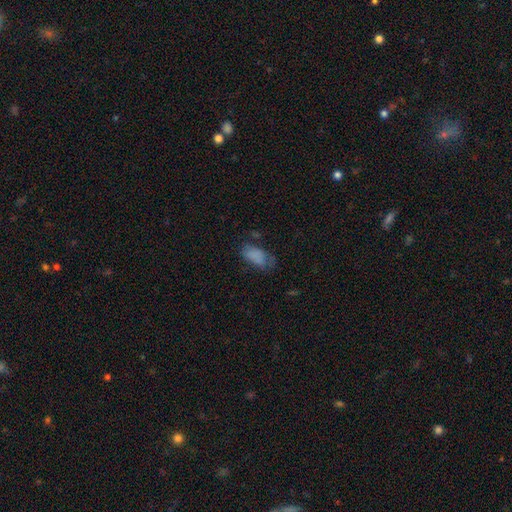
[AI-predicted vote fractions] Smooth or featured: smooth — 78% (featured or disk — 12%)
How rounded: in between — 91% (cigar-shaped — 4%)
Merging: none — 51% (minor disturbance — 29%)